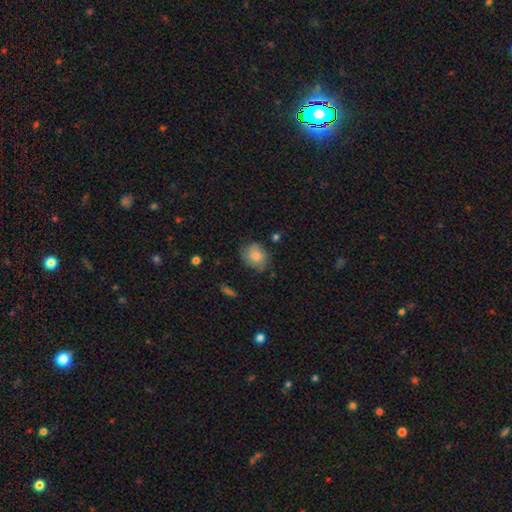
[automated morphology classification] Q: Smooth or featured?
A: smooth (80%); runner-up: featured or disk (13%)
Q: How rounded?
A: round (65%); runner-up: in between (34%)
Q: Merging?
A: none (70%); runner-up: minor disturbance (23%)